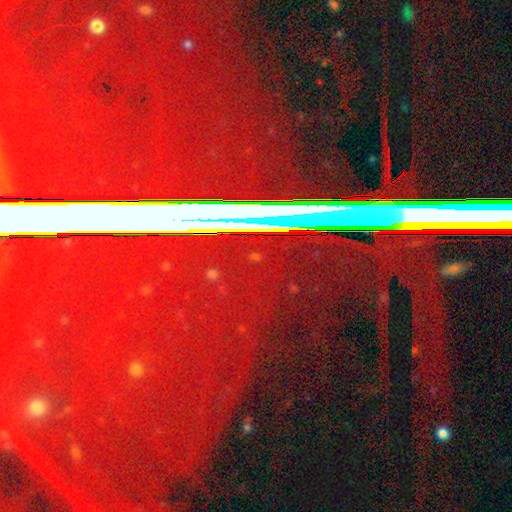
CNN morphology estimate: The model was most divided on "smooth or featured": star or artifact: 77%, featured or disk: 14%, smooth: 9%.